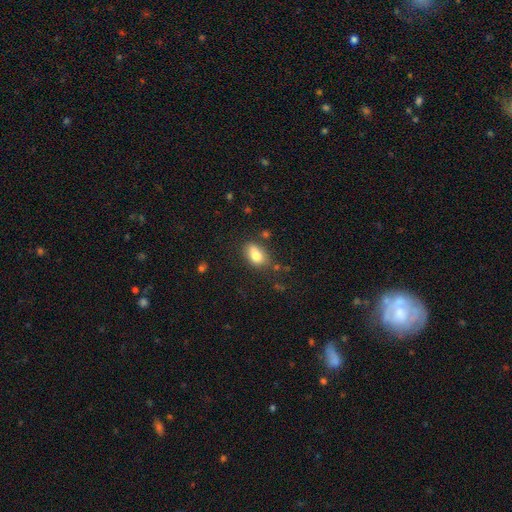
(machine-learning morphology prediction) This appears to be a smooth galaxy with no disk features (80%) that is in between round and cigar-shaped (86%). Merging: none (69%).